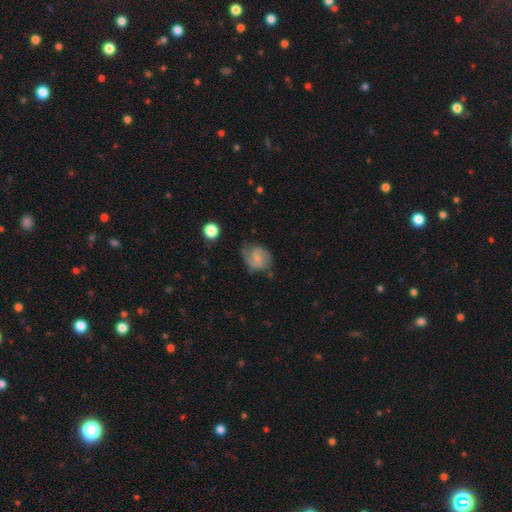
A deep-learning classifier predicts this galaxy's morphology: The model was most divided on "smooth or featured": featured or disk: 55%, smooth: 38%, star or artifact: 7%. More confident: edge-on disk — no (97%); spiral arms — yes (88%); merging — none (62%); bulge size — small (57%); bar — weak (53%).